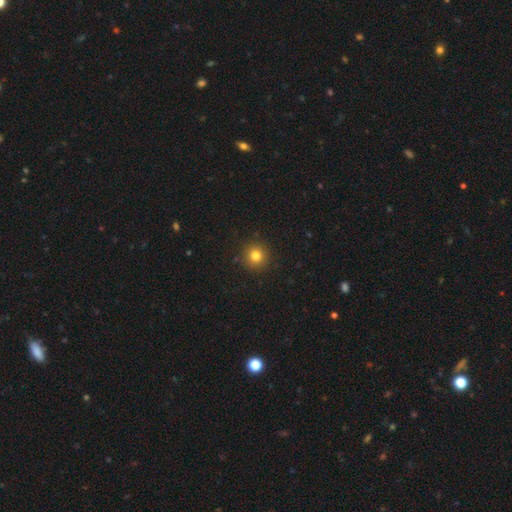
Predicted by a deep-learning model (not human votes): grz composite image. It shows a smooth galaxy with no disk features (81%) that is round (94%). Merging: none (92%).